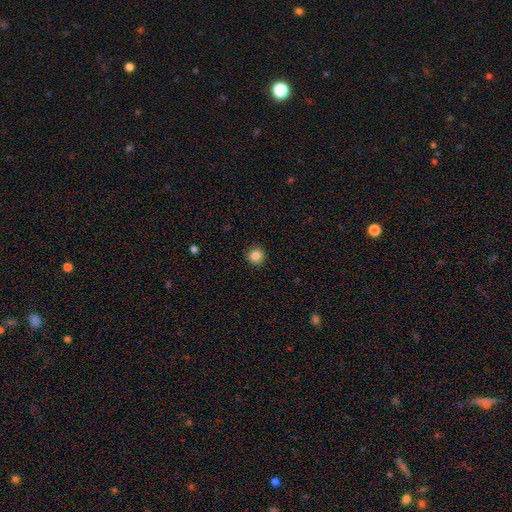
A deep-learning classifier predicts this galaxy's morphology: The model was most divided on "smooth or featured": smooth: 86%, star or artifact: 10%, featured or disk: 4%. More confident: how rounded — round (95%); merging — none (93%).